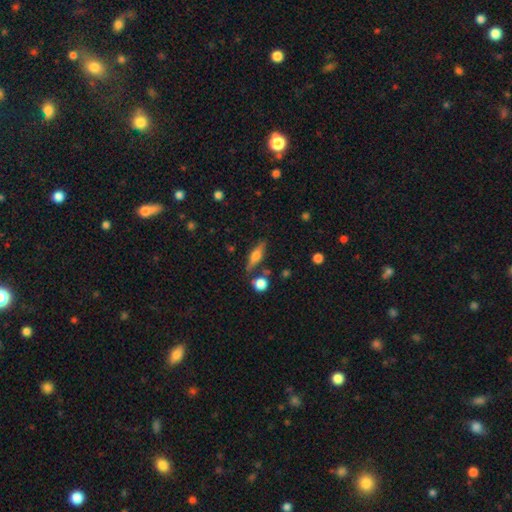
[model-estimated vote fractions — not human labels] smooth_or_featured: featured or disk (p=0.48) [alt: smooth p=0.44]
merging: none (p=0.78) [alt: minor disturbance p=0.12]